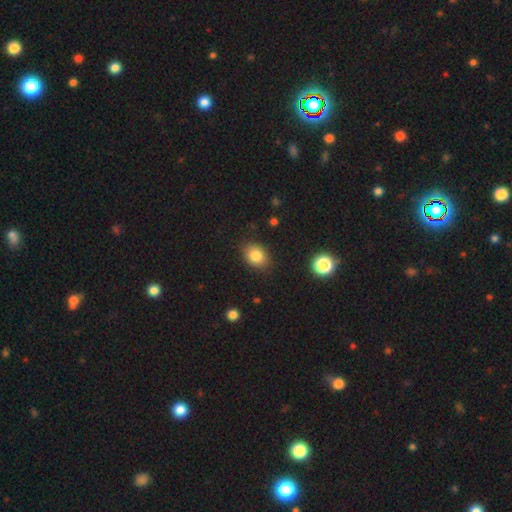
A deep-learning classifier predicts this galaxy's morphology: A smooth galaxy with no disk features (83%) that is in between round and cigar-shaped (62%).

Vote fractions:
- Smooth or featured? smooth: 83% / star or artifact: 10% / featured or disk: 7%
- How rounded? in between: 62% / round: 37% / cigar-shaped: 1%
- Merging? none: 85% / minor disturbance: 11% / major disturbance: 3% / merger: 1%